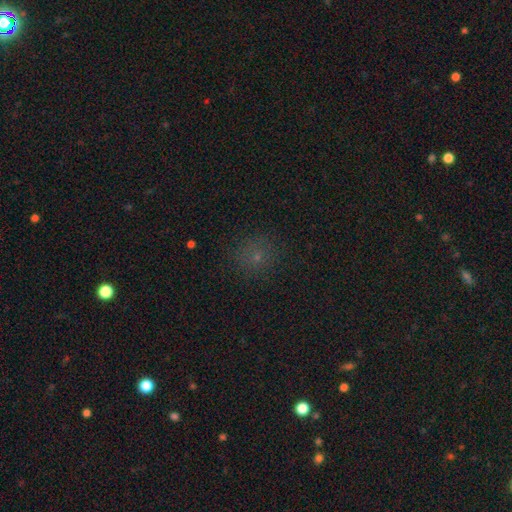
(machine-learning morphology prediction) smooth_or_featured: smooth (p=0.61) [alt: star or artifact p=0.29]
how_rounded: round (p=0.89) [alt: in between p=0.10]
merging: none (p=0.84) [alt: minor disturbance p=0.11]